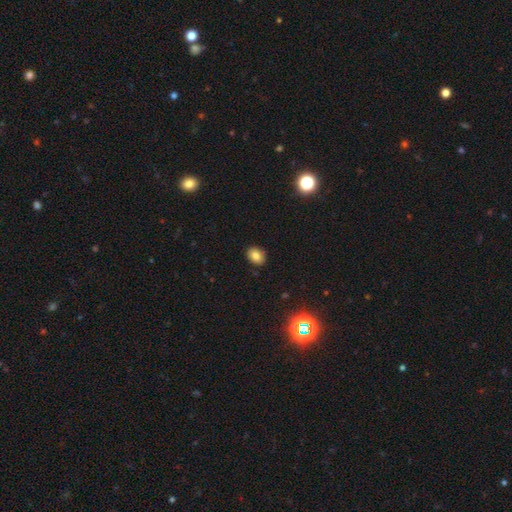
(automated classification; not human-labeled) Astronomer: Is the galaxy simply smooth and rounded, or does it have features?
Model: smooth — 81%.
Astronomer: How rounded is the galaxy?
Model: in between — 59% (runner-up: round, 40%).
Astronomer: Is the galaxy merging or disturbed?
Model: none — 88%.